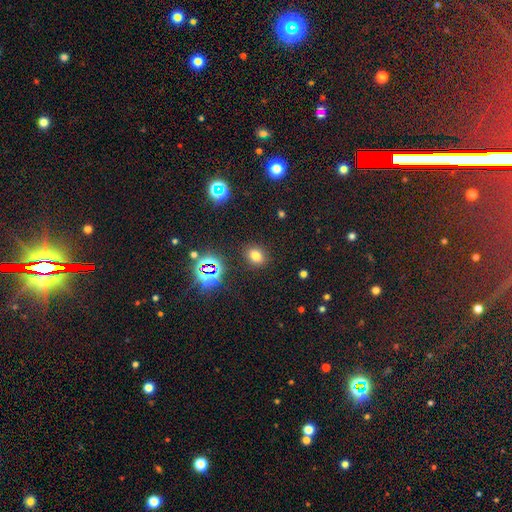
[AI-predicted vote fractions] Smooth or featured? smooth (70%)
How rounded? round (55%)
Merging? none (87%)